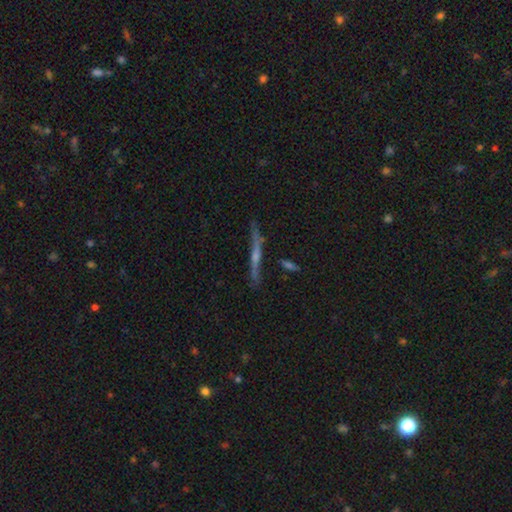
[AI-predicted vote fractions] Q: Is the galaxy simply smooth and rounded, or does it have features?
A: featured or disk — 71%.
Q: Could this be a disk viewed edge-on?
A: yes — 96%.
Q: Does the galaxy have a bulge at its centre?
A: rounded — 63%.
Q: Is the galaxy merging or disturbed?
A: none — 82%.